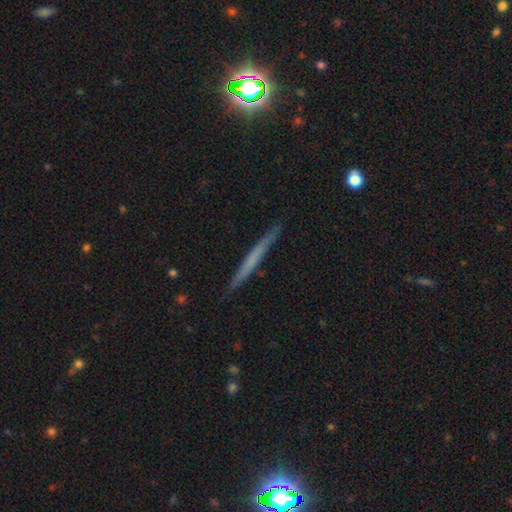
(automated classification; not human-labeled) A featured or disk galaxy (49%). Merging: none (91%).